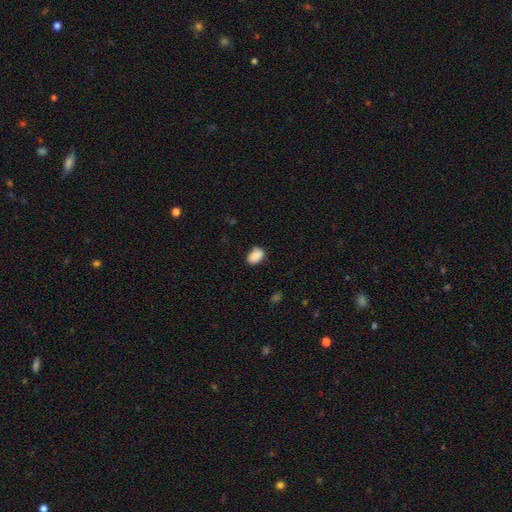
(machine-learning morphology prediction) A smooth galaxy with no disk features (89%) that is in between round and cigar-shaped (87%).

Vote fractions:
- Smooth or featured? smooth: 89% / star or artifact: 7% / featured or disk: 4%
- How rounded? in between: 87% / round: 12% / cigar-shaped: 1%
- Merging? none: 81% / minor disturbance: 15% / major disturbance: 3% / merger: 1%